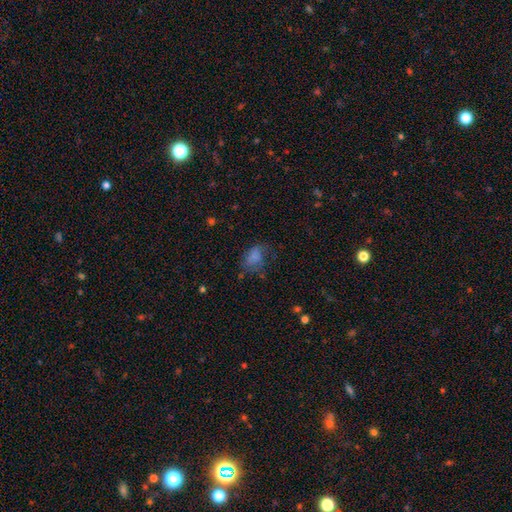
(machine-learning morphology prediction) This appears to be a smooth galaxy with no disk features (62%) that is in between round and cigar-shaped (75%). Merging: none (46%).